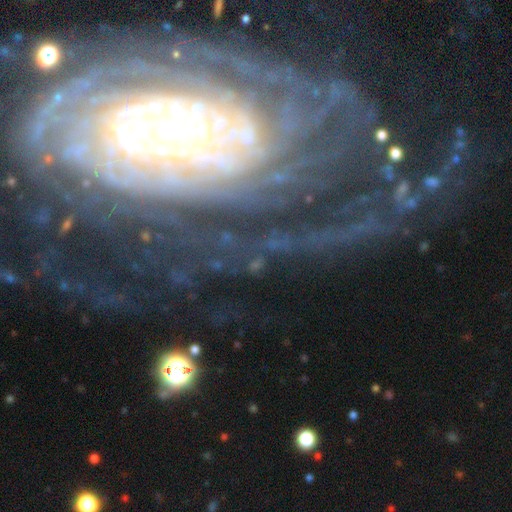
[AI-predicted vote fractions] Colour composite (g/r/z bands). It shows a featured or disk galaxy (88%) with no bar (62%), tight (73%) spiral arms (97%) and a small central bulge (48%). Merging: none (63%).